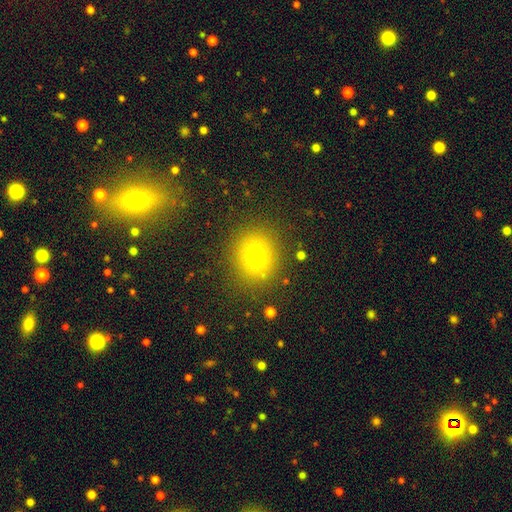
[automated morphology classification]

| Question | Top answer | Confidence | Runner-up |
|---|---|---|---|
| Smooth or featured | smooth | 71% | star or artifact (18%) |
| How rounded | round | 86% | in between (13%) |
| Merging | none | 86% | minor disturbance (8%) |